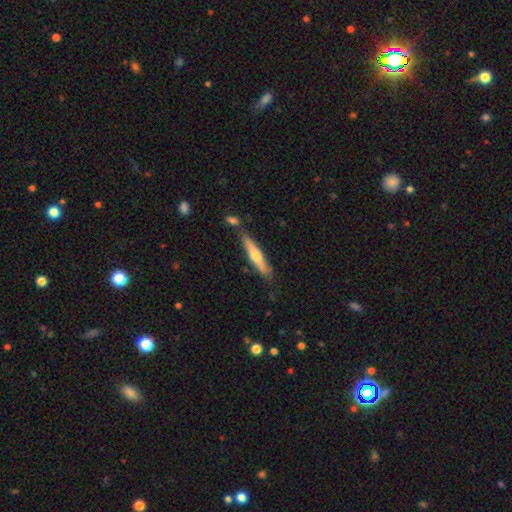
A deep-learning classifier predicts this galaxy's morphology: smooth-or-featured: featured or disk: 48% | smooth: 47% | star or artifact: 5%
  merging: none: 70% | minor disturbance: 16% | merger: 11% | major disturbance: 3%